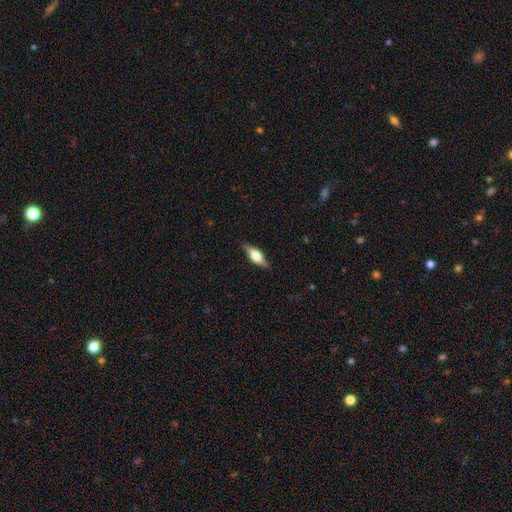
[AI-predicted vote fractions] featured or disk 49%, smooth 45%, star or artifact 6%. Down the decision tree: merging — none (83%).